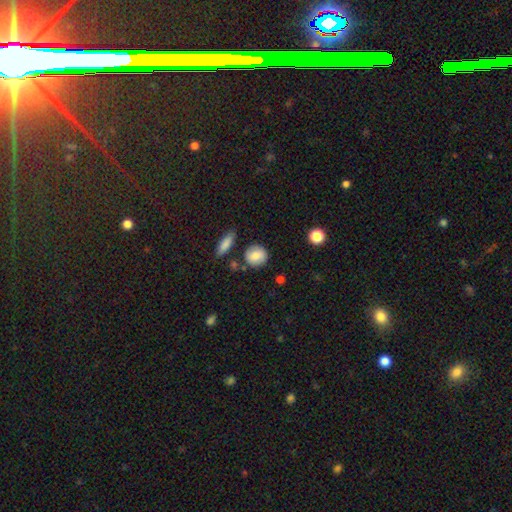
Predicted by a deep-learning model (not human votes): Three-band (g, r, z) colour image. It shows a smooth galaxy with no disk features (82%) that is round (80%). Merging: none (80%).